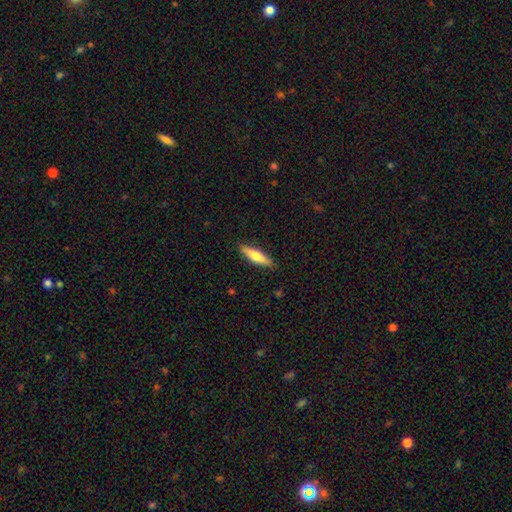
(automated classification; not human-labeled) smooth 65%, featured or disk 30%, star or artifact 5%. Down the decision tree: how rounded — cigar-shaped (67%); merging — none (87%).